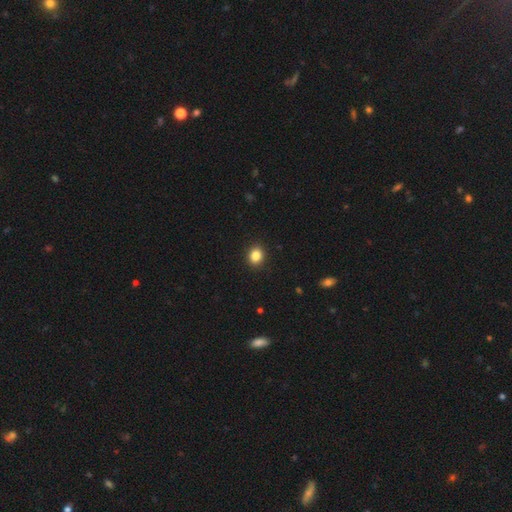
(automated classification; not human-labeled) smooth 85%, star or artifact 11%, featured or disk 5%. Down the decision tree: how rounded — round (68%); merging — none (92%).